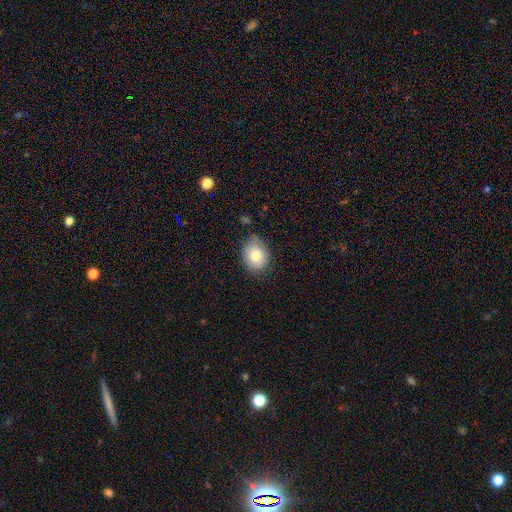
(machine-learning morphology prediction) Overall: smooth (76%). How rounded: in between (61%; round 38%). Merging: none (72%).